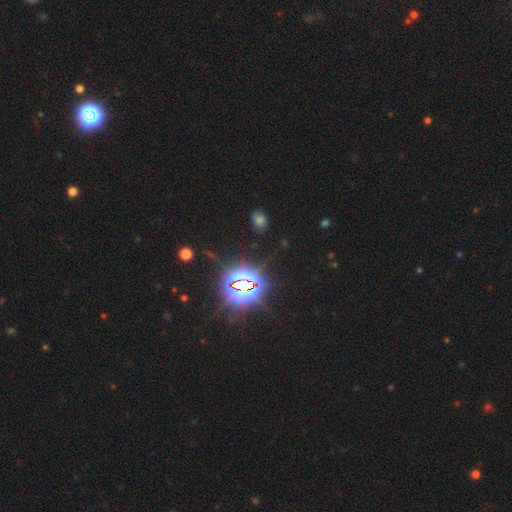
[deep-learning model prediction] Smooth or featured?
  - star or artifact: 83% *
  - smooth: 12%
  - featured or disk: 5%